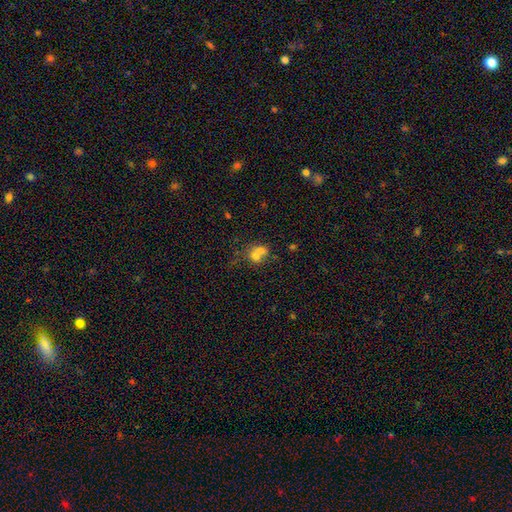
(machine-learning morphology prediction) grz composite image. It shows a smooth galaxy with no disk features (65%) that is round (70%). Merging: merger (68%).